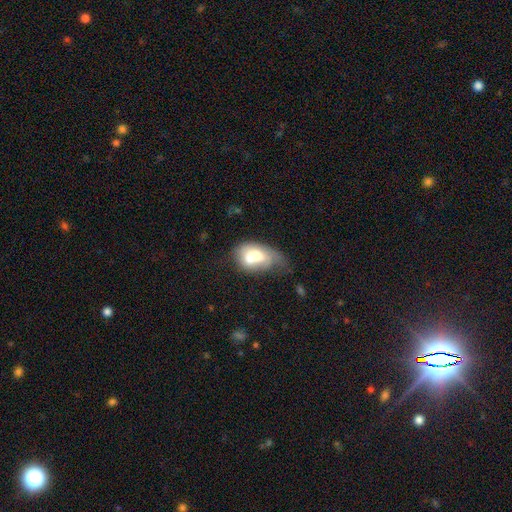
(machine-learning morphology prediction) Q: Smooth or featured?
A: smooth (58%); runner-up: featured or disk (34%)
Q: How rounded?
A: in between (79%); runner-up: round (19%)
Q: Merging?
A: merger (47%); runner-up: none (19%)